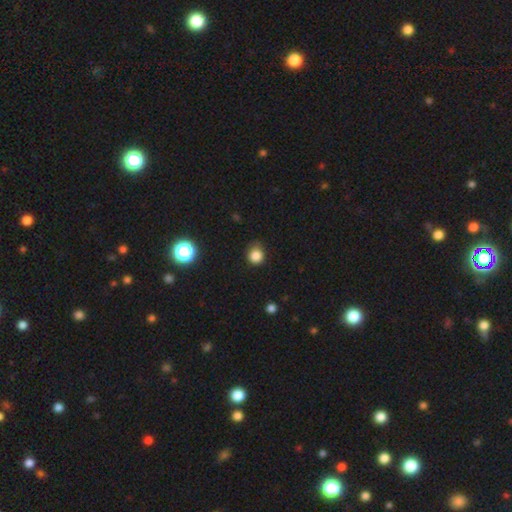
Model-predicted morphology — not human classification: Q: Smooth or featured?
A: smooth (84%); runner-up: star or artifact (12%)
Q: How rounded?
A: round (84%); runner-up: in between (15%)
Q: Merging?
A: none (70%); runner-up: minor disturbance (24%)